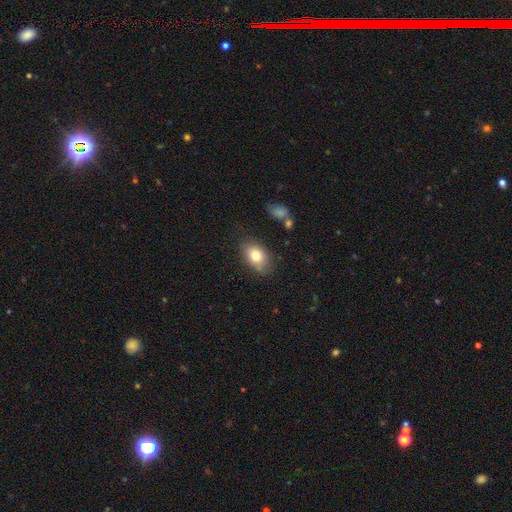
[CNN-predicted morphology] The model was most divided on "merging": none: 72%, minor disturbance: 20%, major disturbance: 5%, merger: 3%. More confident: how rounded — in between (81%); smooth or featured — smooth (78%).